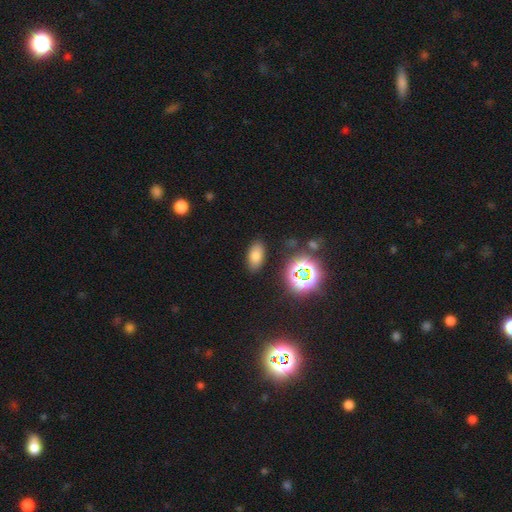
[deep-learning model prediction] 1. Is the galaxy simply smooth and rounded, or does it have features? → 73% smooth, 18% star or artifact, 9% featured or disk.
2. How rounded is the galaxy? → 90% in between, 7% round, 3% cigar-shaped.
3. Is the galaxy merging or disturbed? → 85% none, 10% minor disturbance, 3% major disturbance, 2% merger.